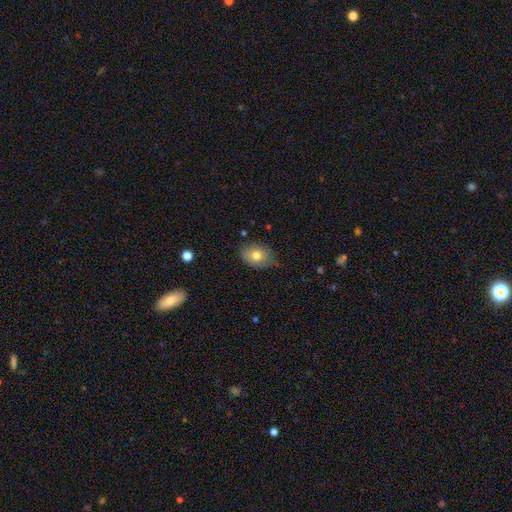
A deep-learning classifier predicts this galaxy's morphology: This appears to be a smooth galaxy with no disk features (74%) that is in between round and cigar-shaped (73%). Merging: none (73%).